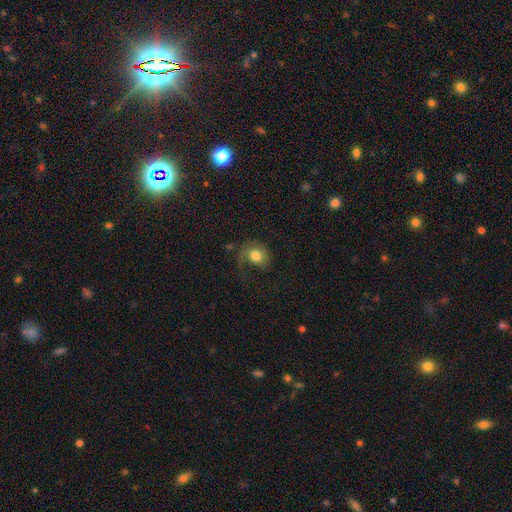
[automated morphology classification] This is likely a smooth galaxy (63%). How rounded: possibly round (56%). Merging: marginally none (41%).